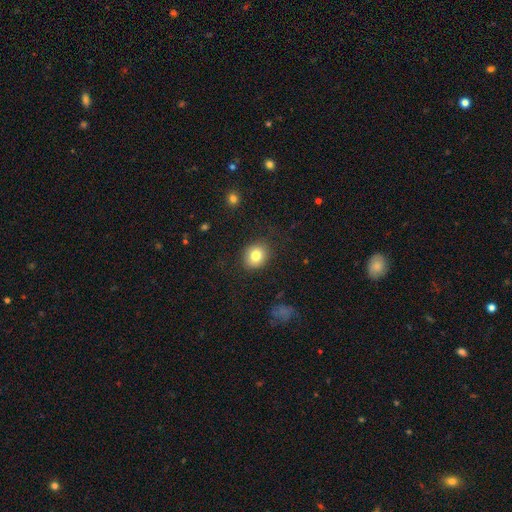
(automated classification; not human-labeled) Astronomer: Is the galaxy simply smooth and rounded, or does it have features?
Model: smooth — 81%.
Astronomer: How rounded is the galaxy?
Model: round — 65%.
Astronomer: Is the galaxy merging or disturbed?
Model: none — 85%.